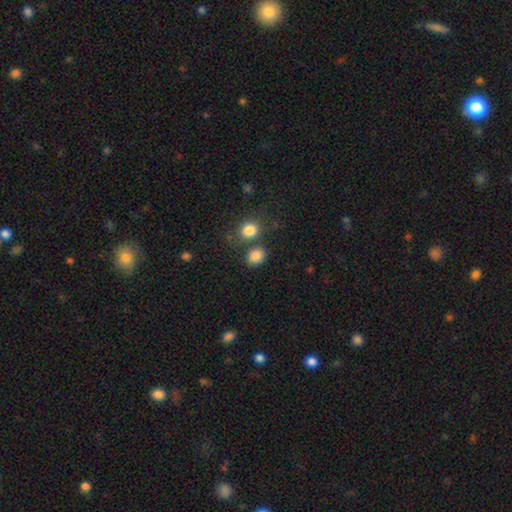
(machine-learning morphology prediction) The model was most divided on "how rounded": in between: 56%, round: 42%, cigar-shaped: 1%. More confident: smooth or featured — smooth (84%); merging — none (66%).